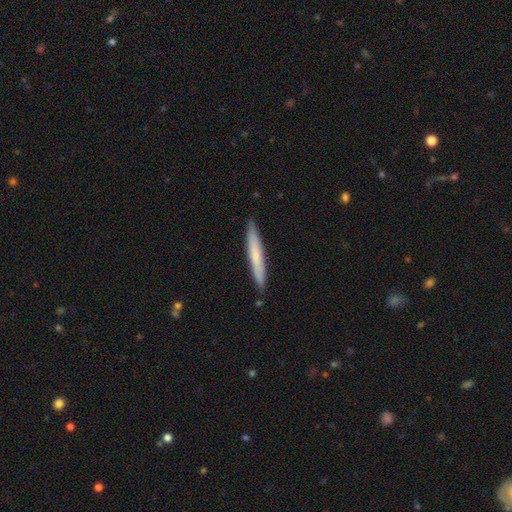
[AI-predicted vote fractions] smooth_or_featured: smooth (p=0.64) [alt: featured or disk p=0.31]
how_rounded: cigar-shaped (p=0.96) [alt: in between p=0.03]
merging: none (p=0.90) [alt: minor disturbance p=0.08]